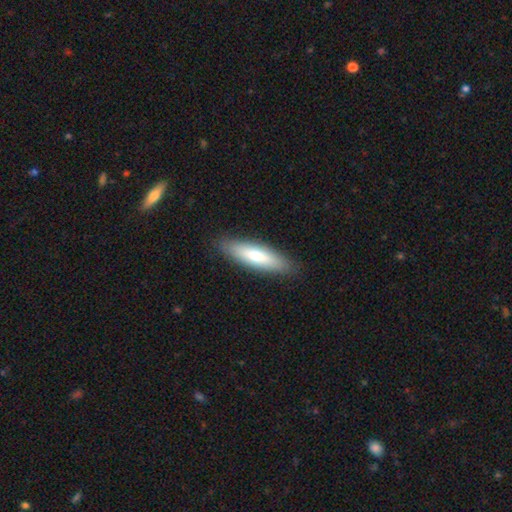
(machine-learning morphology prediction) Overall: smooth (68%). How rounded: cigar-shaped (67%; in between 32%). Merging: none (89%).